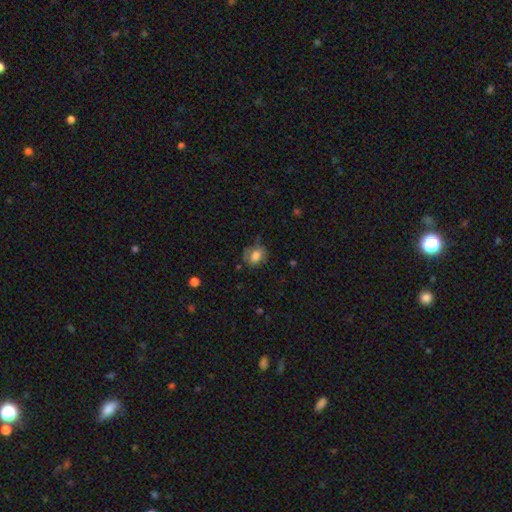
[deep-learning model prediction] smooth-or-featured: smooth: 70% | featured or disk: 21% | star or artifact: 9%
  how-rounded: in between: 59% | round: 40% | cigar-shaped: 1%
  merging: none: 56% | minor disturbance: 28% | major disturbance: 14% | merger: 2%